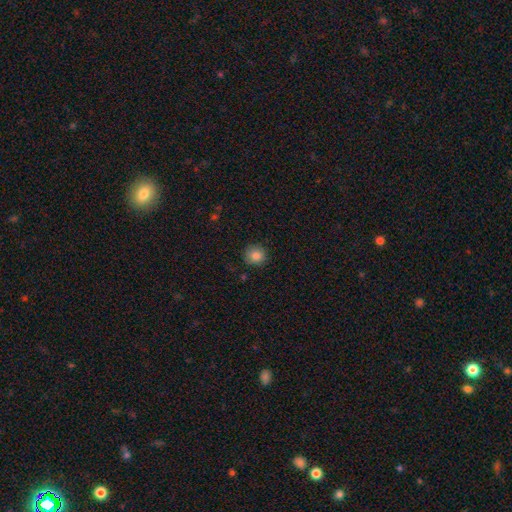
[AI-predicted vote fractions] Smooth or featured?
  - smooth: 85% *
  - star or artifact: 10%
  - featured or disk: 5%
How rounded?
  - round: 90% *
  - in between: 9%
  - cigar-shaped: 1%
Merging?
  - none: 87% *
  - minor disturbance: 10%
  - major disturbance: 2%
  - merger: 1%